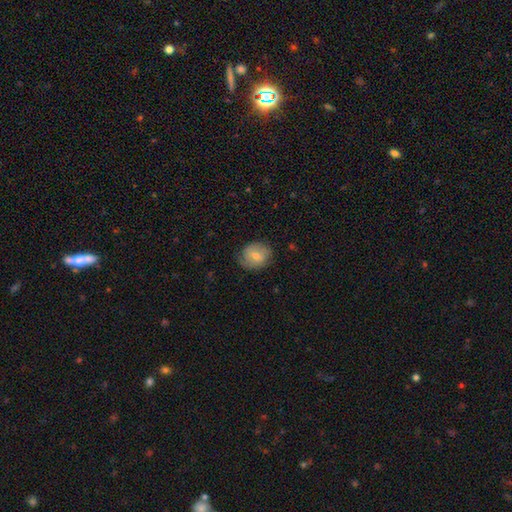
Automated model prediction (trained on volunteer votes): This appears to be a smooth galaxy with no disk features (59%) that is round (65%). Merging: none (74%).